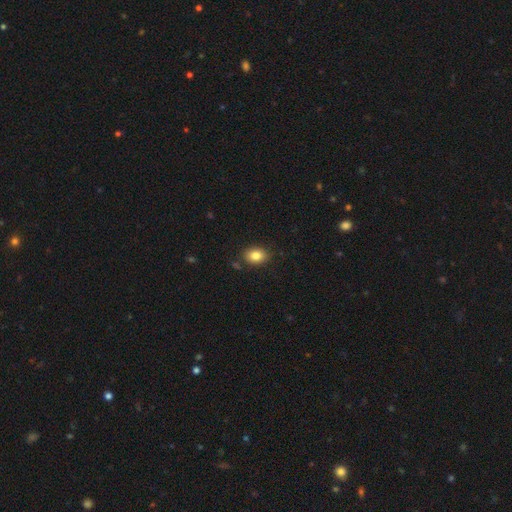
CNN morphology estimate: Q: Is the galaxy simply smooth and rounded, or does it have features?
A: smooth — 84%.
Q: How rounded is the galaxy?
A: in between — 74%.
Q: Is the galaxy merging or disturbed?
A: none — 84%.